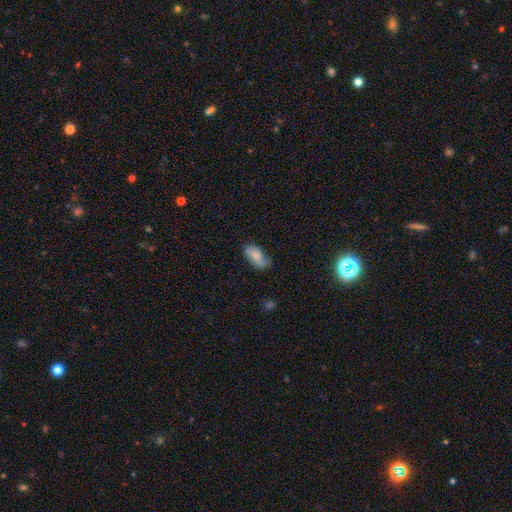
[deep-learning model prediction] Overall: smooth (75%). How rounded: in between (90%). Merging: none (57%; minor disturbance 32%).